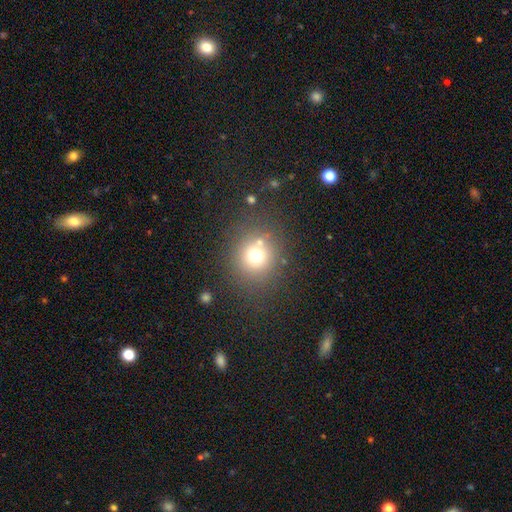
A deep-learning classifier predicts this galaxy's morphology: type=smooth (69%); roundness=round (89%); merging=none (76%).